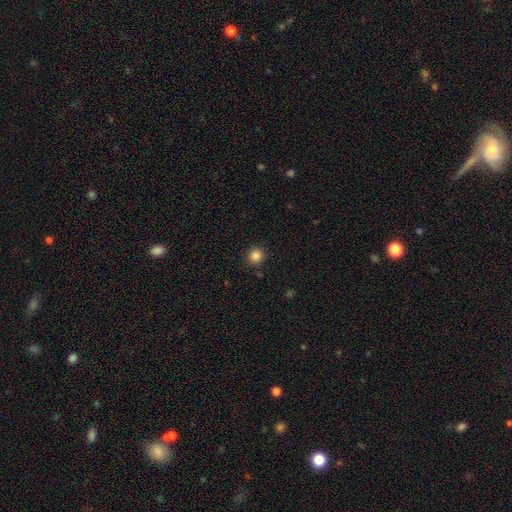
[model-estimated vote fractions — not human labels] Overall: smooth (84%). How rounded: round (91%). Merging: none (91%).